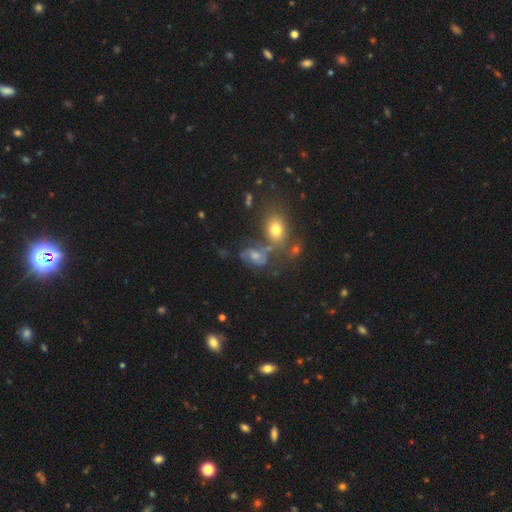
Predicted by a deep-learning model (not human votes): smooth-or-featured: featured or disk: 45% | smooth: 40% | star or artifact: 16%
  merging: none: 41% | minor disturbance: 21% | merger: 21% | major disturbance: 17%